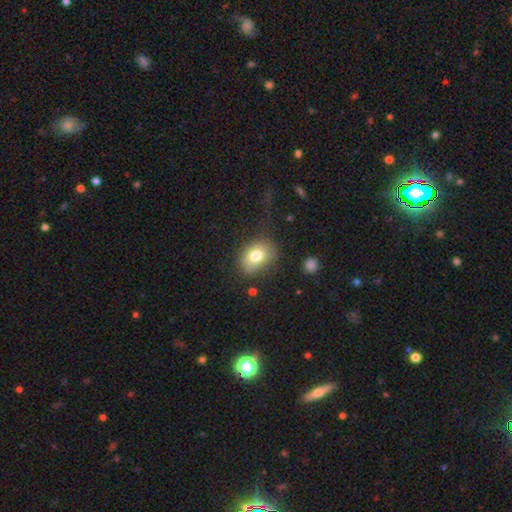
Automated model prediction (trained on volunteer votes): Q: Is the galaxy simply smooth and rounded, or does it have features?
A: smooth — 77%.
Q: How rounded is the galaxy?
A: in between — 70%.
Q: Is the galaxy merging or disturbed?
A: none — 68%.